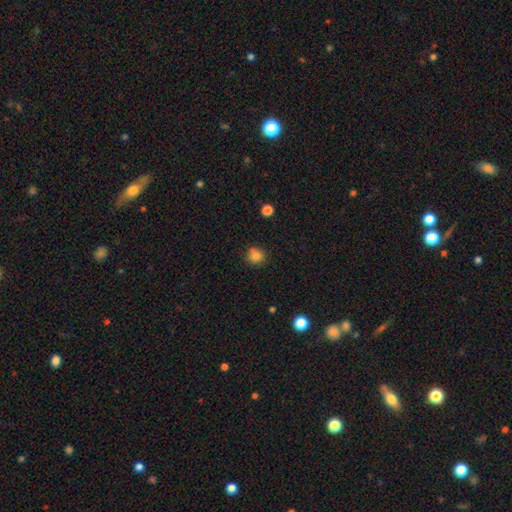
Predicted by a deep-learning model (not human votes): A smooth galaxy with no disk features (83%) that is round (88%).

Vote fractions:
- Smooth or featured? smooth: 83% / star or artifact: 12% / featured or disk: 5%
- How rounded? round: 88% / in between: 11% / cigar-shaped: 1%
- Merging? none: 82% / minor disturbance: 13% / major disturbance: 3% / merger: 3%